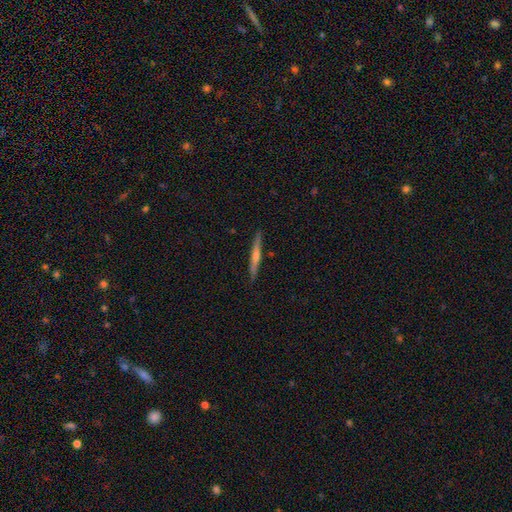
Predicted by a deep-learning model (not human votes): Overall: featured or disk (66%; smooth 27%). Edge-on disk: yes (98%). Edge-on bulge: rounded (70%). Merging: none (91%).